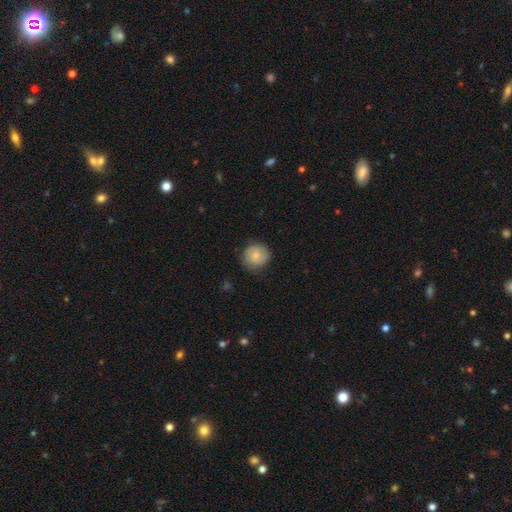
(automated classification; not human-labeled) Overall: smooth (79%). How rounded: round (90%). Merging: none (81%).